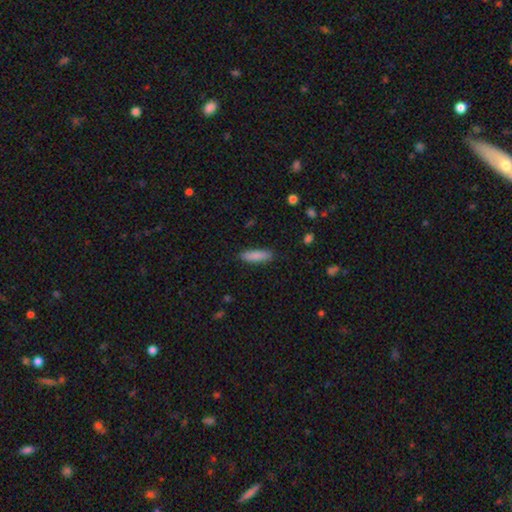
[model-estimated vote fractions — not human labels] smooth-or-featured: smooth: 84% | featured or disk: 9% | star or artifact: 6%
  how-rounded: cigar-shaped: 57% | in between: 42% | round: 2%
  merging: none: 87% | minor disturbance: 10% | major disturbance: 2% | merger: 1%